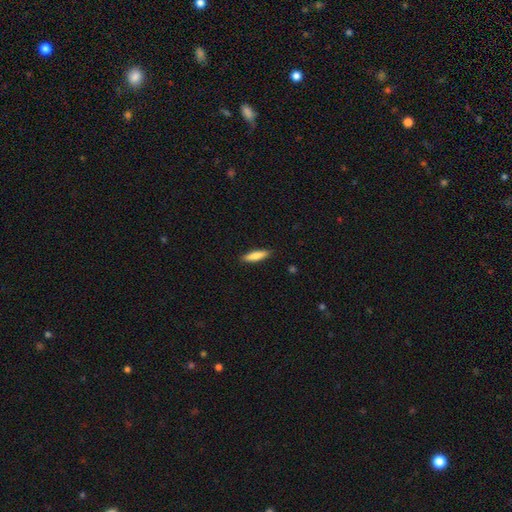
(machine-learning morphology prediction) Smooth or featured: smooth — 80% (featured or disk — 14%)
How rounded: cigar-shaped — 68% (in between — 30%)
Merging: none — 89% (minor disturbance — 8%)